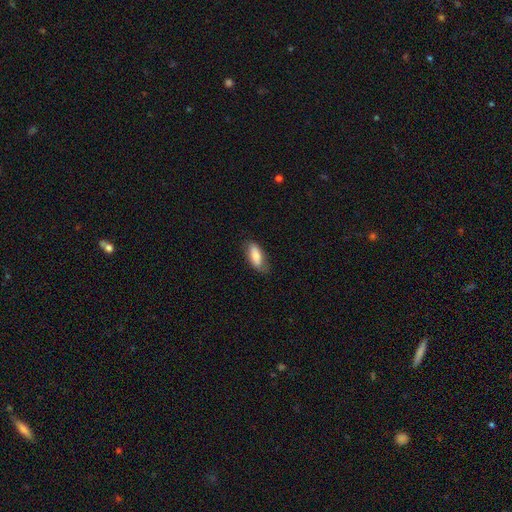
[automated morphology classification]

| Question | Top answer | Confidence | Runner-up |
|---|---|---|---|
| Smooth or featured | smooth | 79% | featured or disk (14%) |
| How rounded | in between | 80% | cigar-shaped (18%) |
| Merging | none | 69% | minor disturbance (24%) |